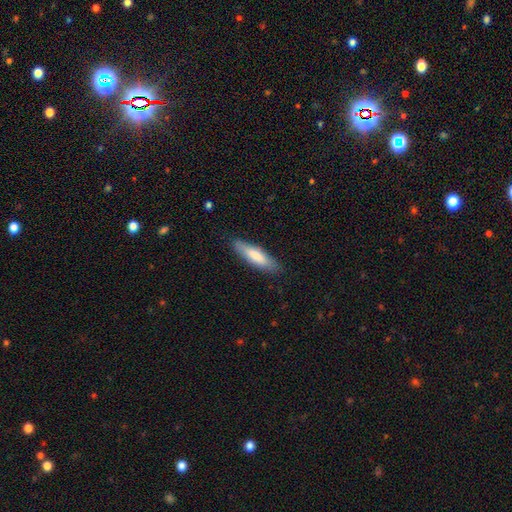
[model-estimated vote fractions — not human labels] A smooth galaxy with no disk features (75%) that is cigar-shaped (68%). Merging: none (84%).